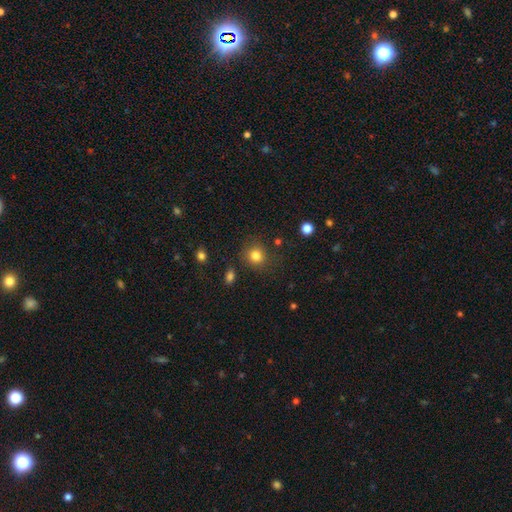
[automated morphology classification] This is clearly a smooth galaxy (83%). How rounded: clearly round (84%). Merging: clearly none (81%).